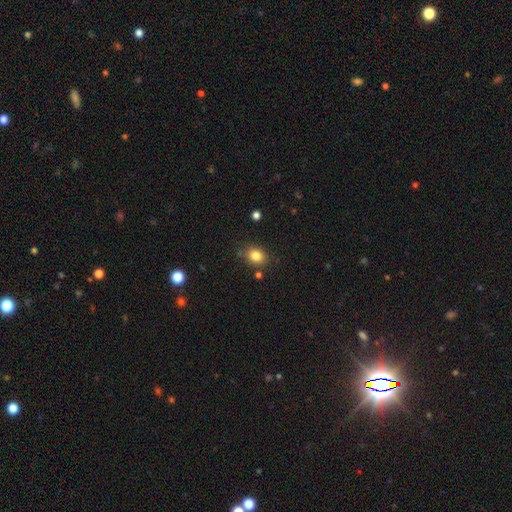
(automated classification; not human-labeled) Overall: smooth (83%). How rounded: in between (50%; round 49%). Merging: none (80%).